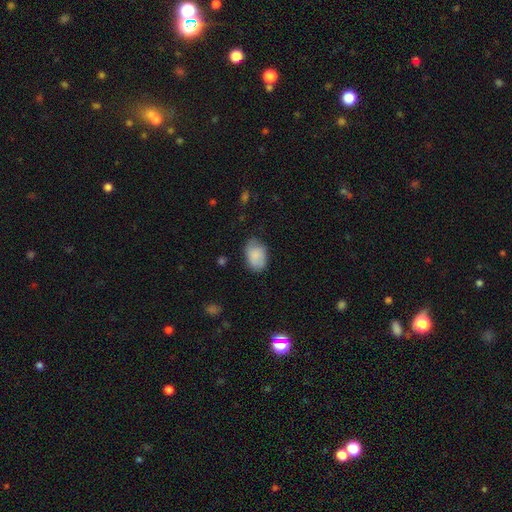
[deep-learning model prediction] Smooth or featured? smooth (84%)
How rounded? in between (87%)
Merging? none (69%)